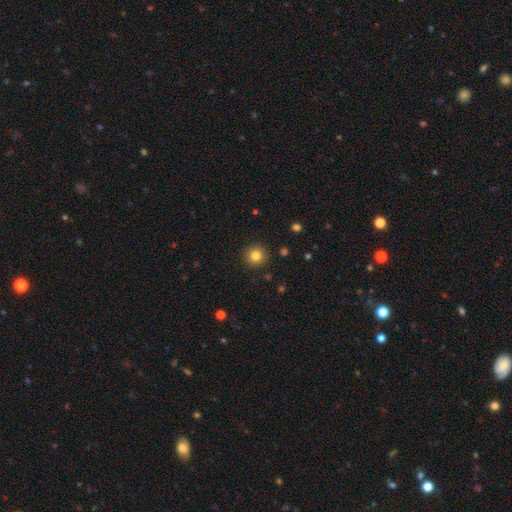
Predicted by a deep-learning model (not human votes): This appears to be a smooth galaxy with no disk features (82%) that is round (95%). Merging: none (92%).